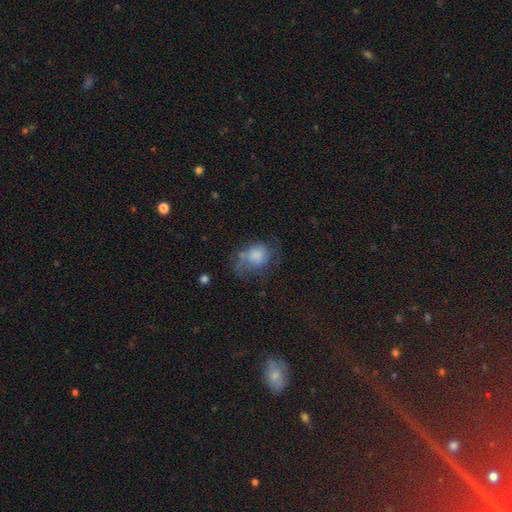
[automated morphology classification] This appears to be a smooth galaxy with no disk features (62%) that is round (51%). Merging: none (38%).